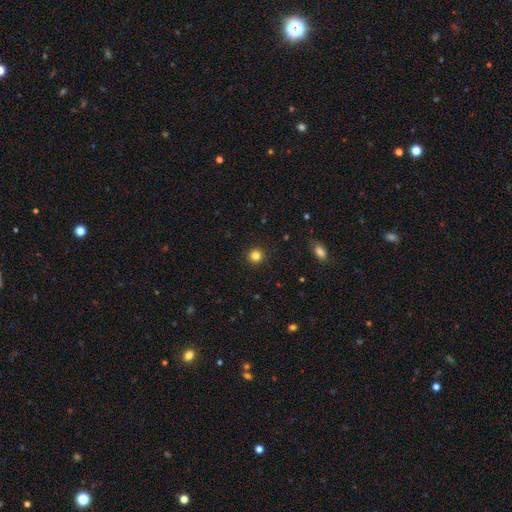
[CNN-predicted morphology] Smooth or featured?
  - smooth: 83% *
  - star or artifact: 13%
  - featured or disk: 5%
How rounded?
  - round: 94% *
  - in between: 5%
  - cigar-shaped: 1%
Merging?
  - none: 92% *
  - minor disturbance: 5%
  - major disturbance: 2%
  - merger: 1%